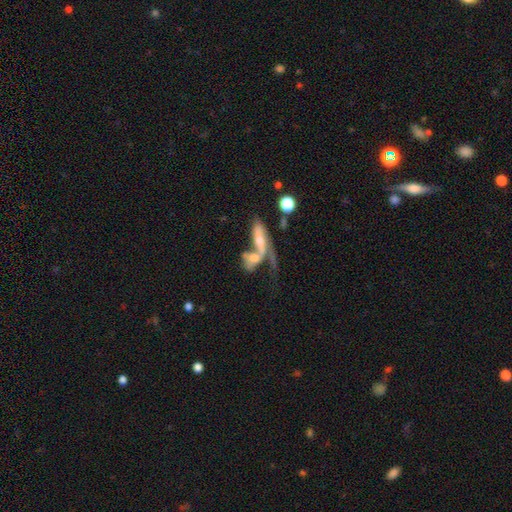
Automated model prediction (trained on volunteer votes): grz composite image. It shows a featured or disk galaxy (54%). Merging: merger (63%).